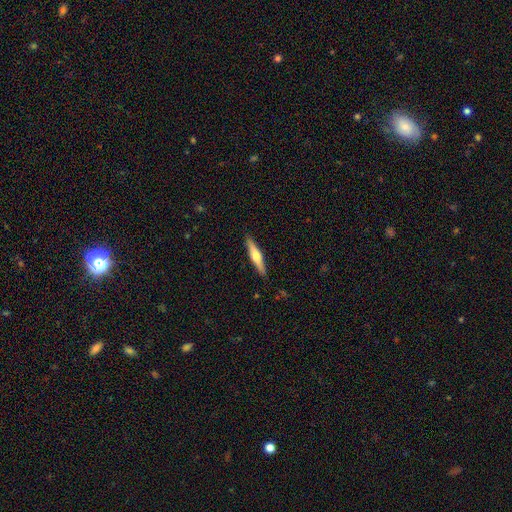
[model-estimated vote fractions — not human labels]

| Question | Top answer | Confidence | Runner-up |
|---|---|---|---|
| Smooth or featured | featured or disk | 49% | smooth (46%) |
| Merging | none | 90% | minor disturbance (8%) |